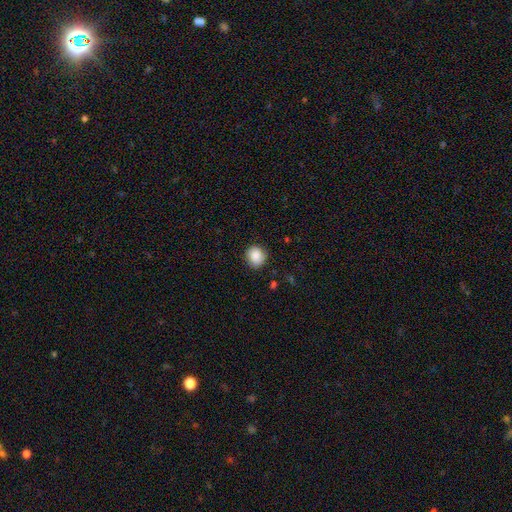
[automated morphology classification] This is clearly a smooth galaxy (86%). How rounded: clearly round (83%). Merging: clearly none (86%).